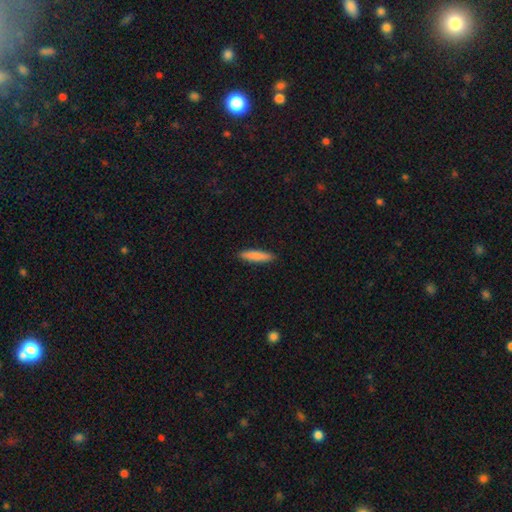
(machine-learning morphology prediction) Overall: smooth (85%). How rounded: cigar-shaped (84%). Merging: none (91%).